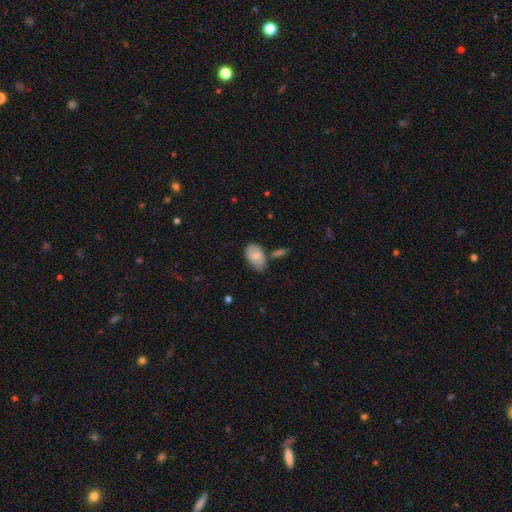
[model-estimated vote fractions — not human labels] smooth 75%, featured or disk 19%, star or artifact 7%. Down the decision tree: how rounded — in between (91%); merging — none (56%).